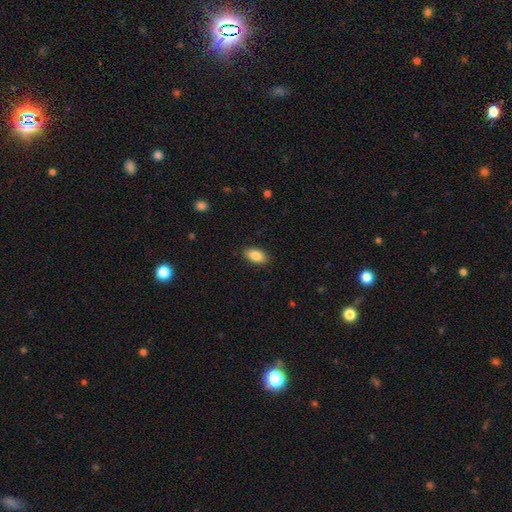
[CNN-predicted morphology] A smooth galaxy with no disk features (86%) that is in between round and cigar-shaped (92%).

Vote fractions:
- Smooth or featured? smooth: 86% / star or artifact: 7% / featured or disk: 7%
- How rounded? in between: 92% / cigar-shaped: 5% / round: 3%
- Merging? none: 89% / minor disturbance: 8% / major disturbance: 2% / merger: 1%